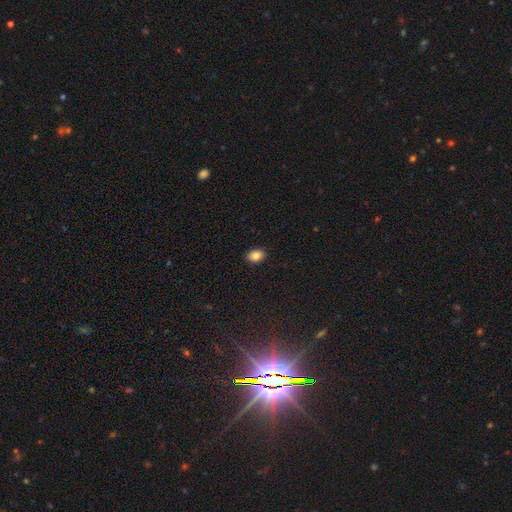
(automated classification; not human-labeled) Smooth or featured?
  - smooth: 86% *
  - star or artifact: 9%
  - featured or disk: 5%
How rounded?
  - in between: 69% *
  - round: 30%
  - cigar-shaped: 1%
Merging?
  - none: 90% *
  - minor disturbance: 8%
  - major disturbance: 2%
  - merger: 1%